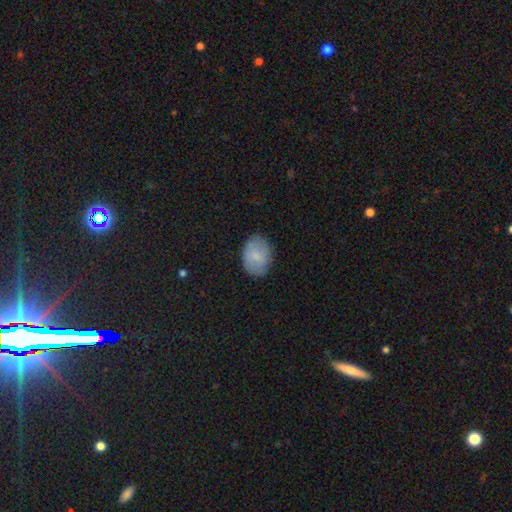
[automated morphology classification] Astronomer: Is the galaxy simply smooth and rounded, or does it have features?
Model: smooth — 78%.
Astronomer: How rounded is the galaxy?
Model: in between — 75%.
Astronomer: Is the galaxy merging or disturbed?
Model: none — 79%.